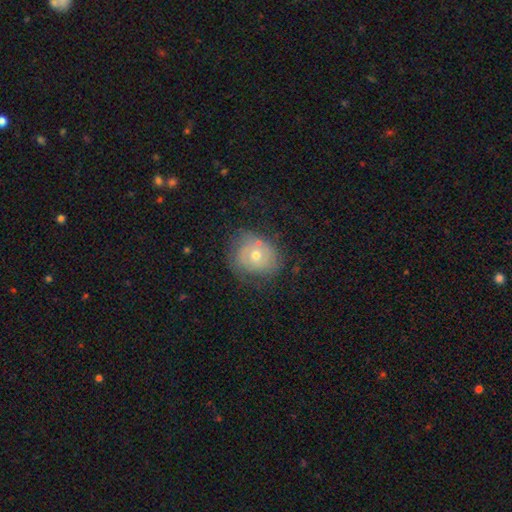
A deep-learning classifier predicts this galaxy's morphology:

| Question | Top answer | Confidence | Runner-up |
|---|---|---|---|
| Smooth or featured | smooth | 45% | tied: featured or disk (45%) |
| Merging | none | 61% | minor disturbance (25%) |